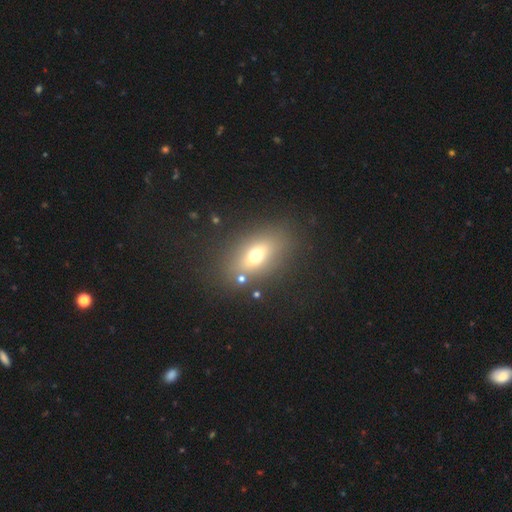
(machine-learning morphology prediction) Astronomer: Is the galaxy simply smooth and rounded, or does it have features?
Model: smooth — 64%.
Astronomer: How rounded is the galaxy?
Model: in between — 74%.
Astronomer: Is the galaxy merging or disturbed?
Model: none — 80%.